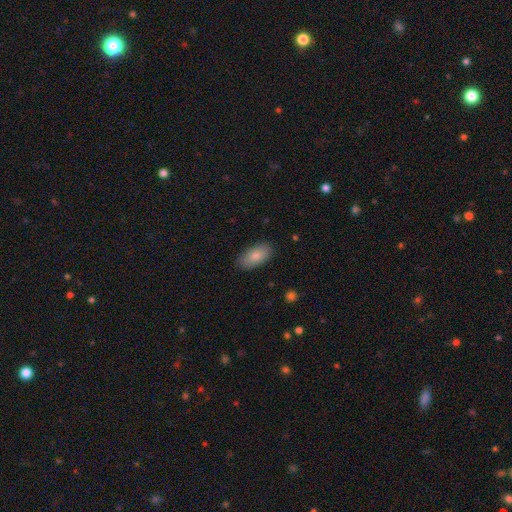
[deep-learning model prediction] This appears to be a smooth galaxy with no disk features (83%) that is in between round and cigar-shaped (93%). Merging: none (84%).